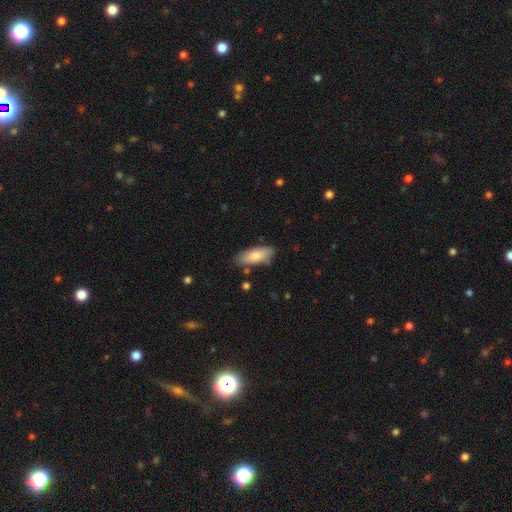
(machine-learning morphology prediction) This is clearly a smooth galaxy (82%). How rounded: likely in between (72%). Merging: likely none (78%).